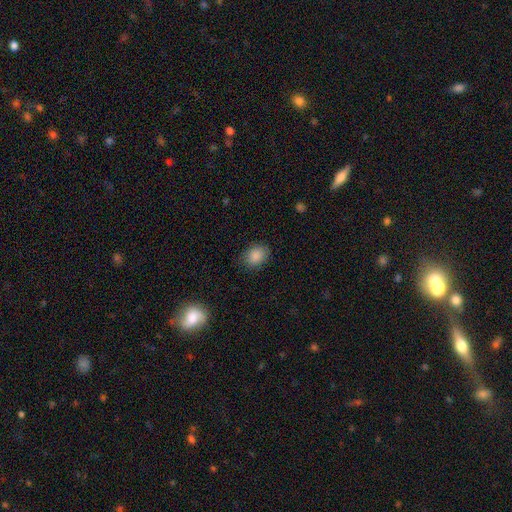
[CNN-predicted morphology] Smooth or featured? smooth (87%)
How rounded? in between (58%)
Merging? none (83%)